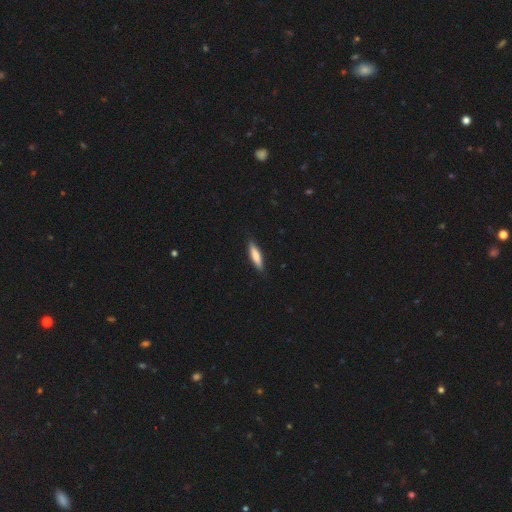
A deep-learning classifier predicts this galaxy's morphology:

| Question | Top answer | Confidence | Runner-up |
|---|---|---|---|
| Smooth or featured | smooth | 72% | featured or disk (23%) |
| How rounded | cigar-shaped | 74% | in between (24%) |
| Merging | none | 87% | minor disturbance (10%) |